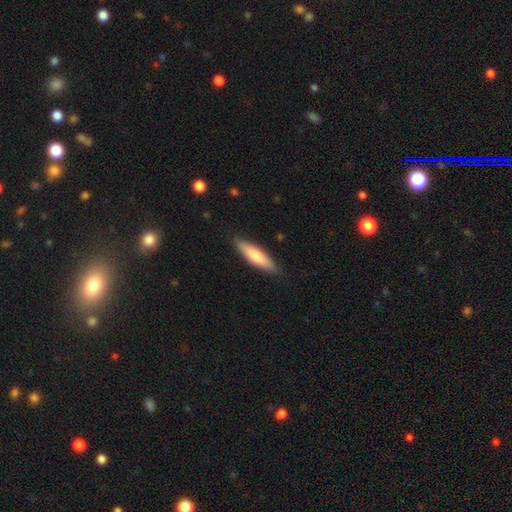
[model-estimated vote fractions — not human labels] Smooth or featured? smooth (72%)
How rounded? cigar-shaped (67%)
Merging? none (87%)